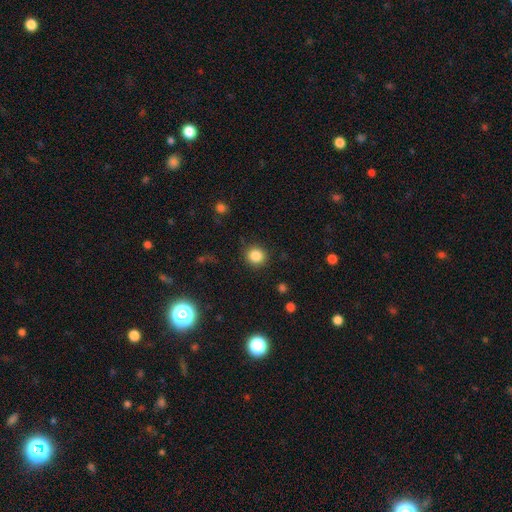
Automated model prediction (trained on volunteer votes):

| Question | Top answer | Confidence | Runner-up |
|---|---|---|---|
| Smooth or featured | smooth | 85% | star or artifact (11%) |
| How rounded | round | 89% | in between (10%) |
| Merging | none | 89% | minor disturbance (7%) |